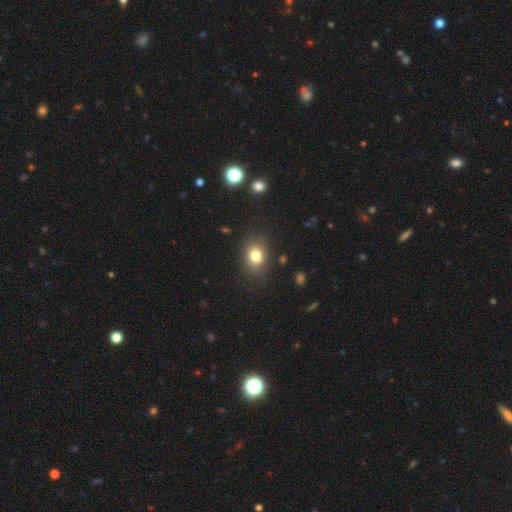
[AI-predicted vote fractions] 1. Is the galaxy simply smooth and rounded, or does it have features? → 79% smooth, 12% star or artifact, 9% featured or disk.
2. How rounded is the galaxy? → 64% in between, 35% round, 1% cigar-shaped.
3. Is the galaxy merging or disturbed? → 82% none, 12% minor disturbance, 4% major disturbance, 1% merger.